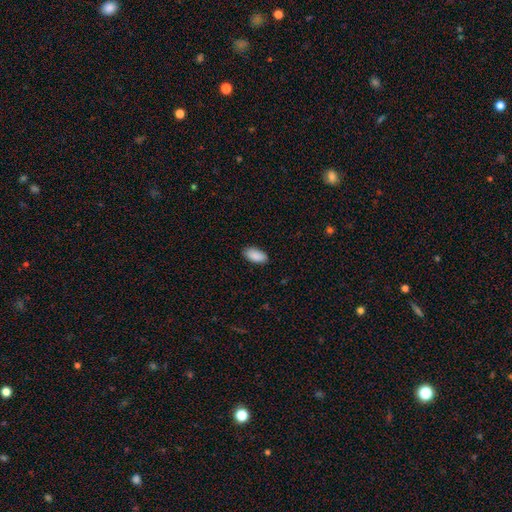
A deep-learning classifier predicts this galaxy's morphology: Overall: smooth (90%). How rounded: in between (93%). Merging: none (87%).